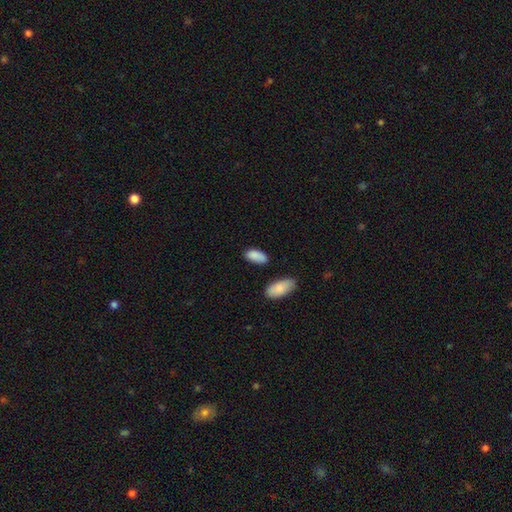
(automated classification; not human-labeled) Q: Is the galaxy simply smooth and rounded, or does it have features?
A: smooth — 89%.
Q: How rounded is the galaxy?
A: in between — 91%.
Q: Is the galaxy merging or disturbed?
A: none — 75%.